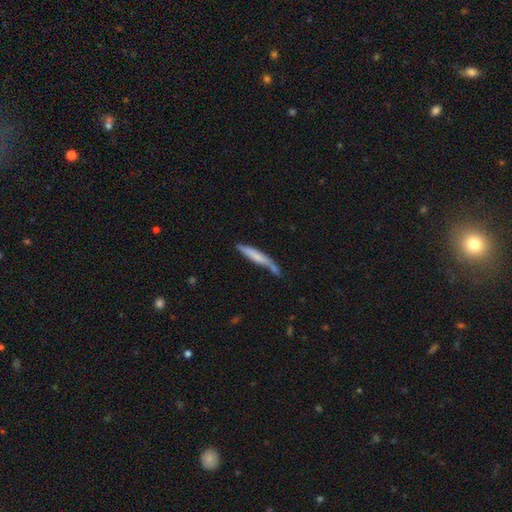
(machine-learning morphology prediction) Overall: smooth (66%; featured or disk 28%). How rounded: cigar-shaped (92%). Merging: none (49%; minor disturbance 23%).